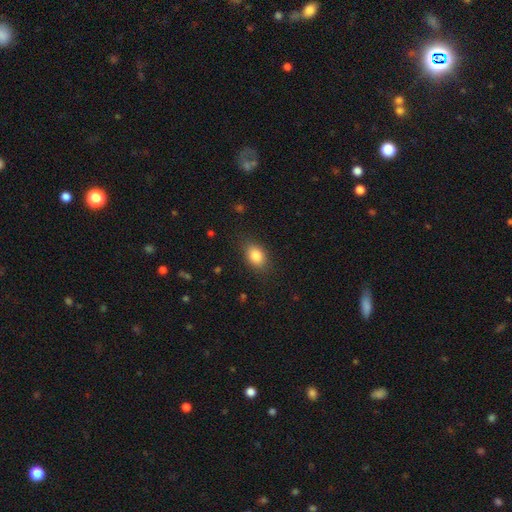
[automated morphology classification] Smooth or featured? smooth (85%)
How rounded? in between (79%)
Merging? none (83%)